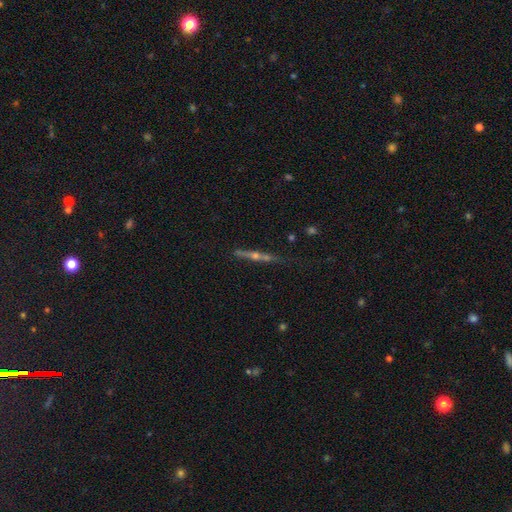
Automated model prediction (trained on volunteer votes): smooth-or-featured: featured or disk: 73% | smooth: 17% | star or artifact: 10%
  disk-edge-on: yes: 96% | no: 4%
    edge-on-bulge: rounded: 87% | none: 9% | boxy: 4%
  merging: none: 74% | minor disturbance: 16% | merger: 6% | major disturbance: 5%